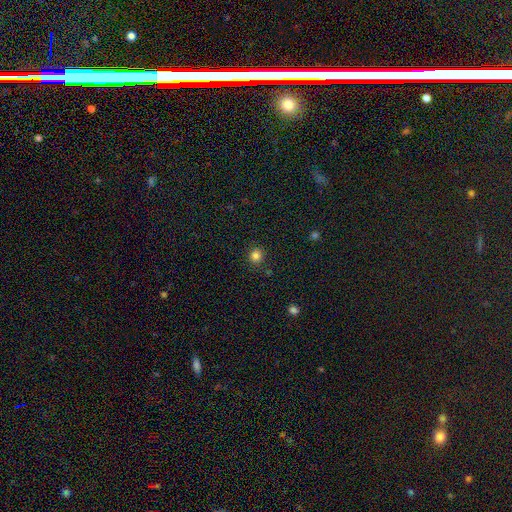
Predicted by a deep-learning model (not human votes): Smooth or featured?
  - smooth: 82% *
  - star or artifact: 13%
  - featured or disk: 5%
How rounded?
  - round: 89% *
  - in between: 10%
  - cigar-shaped: 1%
Merging?
  - none: 88% *
  - minor disturbance: 8%
  - major disturbance: 2%
  - merger: 2%